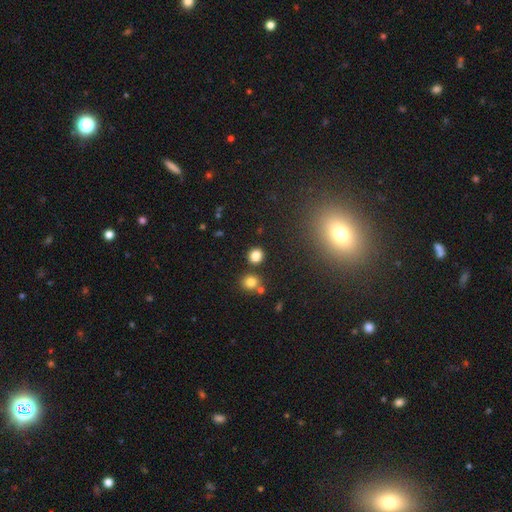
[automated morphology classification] smooth 81%, star or artifact 14%, featured or disk 5%. Down the decision tree: how rounded — round (85%); merging — none (79%).